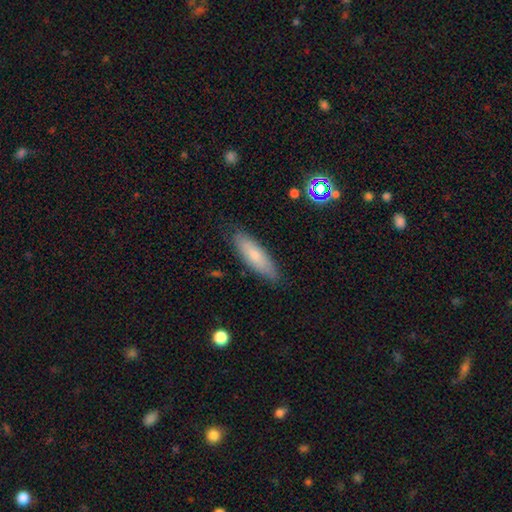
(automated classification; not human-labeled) This is likely a smooth galaxy (69%). How rounded: possibly cigar-shaped (55%). Merging: clearly none (84%).